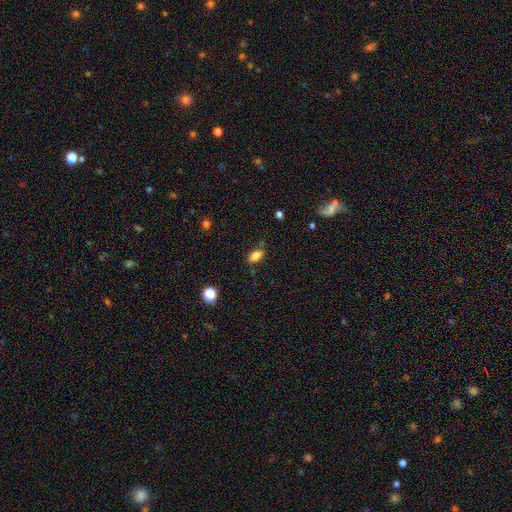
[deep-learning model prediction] Morphology: type=smooth (82%); roundness=in between (88%); merging=none (76%).